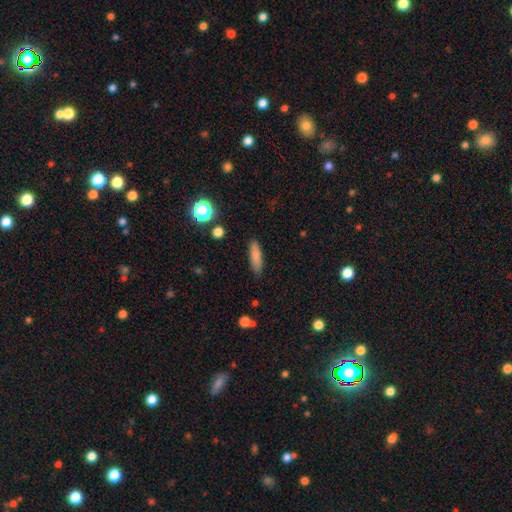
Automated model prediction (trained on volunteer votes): Q: Smooth or featured?
A: smooth (82%); runner-up: featured or disk (9%)
Q: How rounded?
A: cigar-shaped (65%); runner-up: in between (32%)
Q: Merging?
A: none (85%); runner-up: minor disturbance (11%)